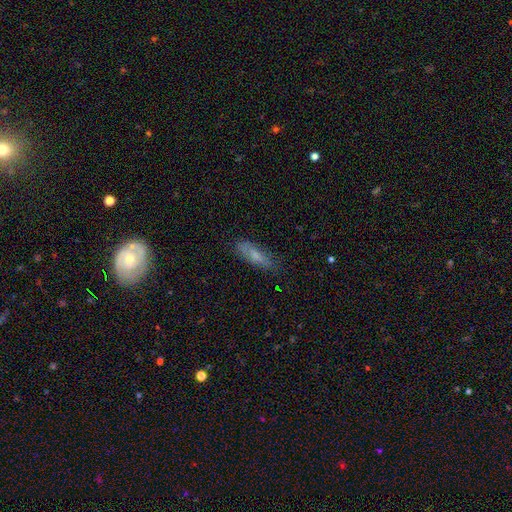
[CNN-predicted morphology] This appears to be a smooth galaxy with no disk features (70%) that is in between round and cigar-shaped (49%, tied with cigar-shaped). Merging: none (76%).